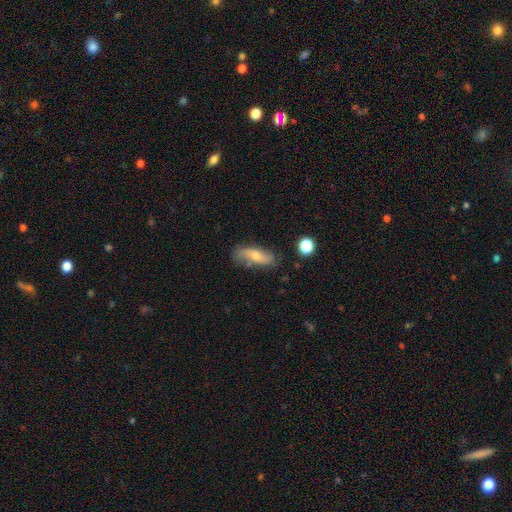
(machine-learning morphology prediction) smooth 55%, featured or disk 37%, star or artifact 8%. Down the decision tree: how rounded — in between (66%); merging — none (65%).